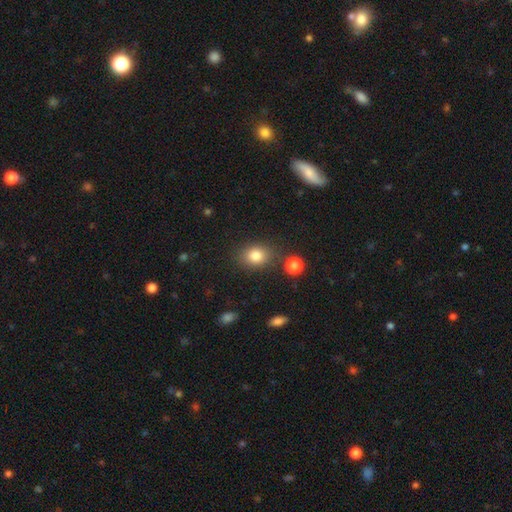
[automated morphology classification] type=smooth (83%); roundness=in between (50%); merging=none (78%).